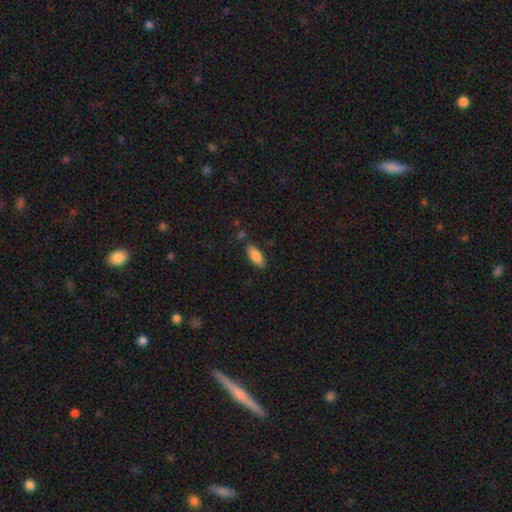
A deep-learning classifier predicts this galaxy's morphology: smooth_or_featured: smooth (p=0.85) [alt: featured or disk p=0.09]
how_rounded: in between (p=0.78) [alt: cigar-shaped p=0.20]
merging: none (p=0.81) [alt: minor disturbance p=0.12]